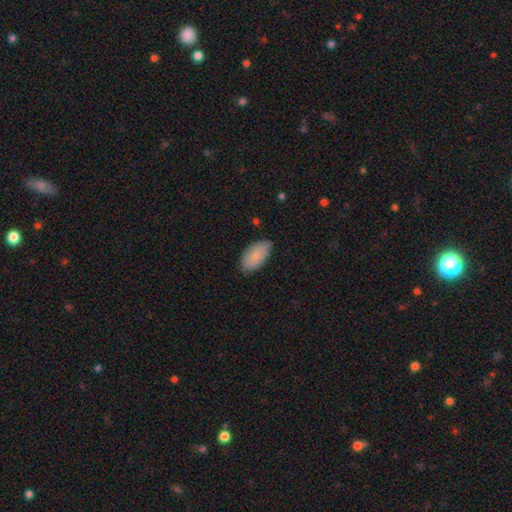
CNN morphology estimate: This is clearly a smooth galaxy (81%). How rounded: clearly in between (95%). Merging: clearly none (80%).